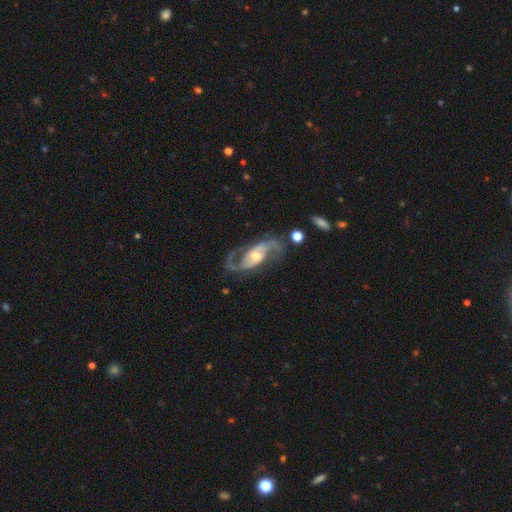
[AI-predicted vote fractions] A featured or disk galaxy (90%) with no bar (43%), 2 (92%) medium (48%) spiral arms (96%) and a moderate central bulge (61%).

Vote fractions:
- Smooth or featured? featured or disk: 90% / smooth: 6% / star or artifact: 5%
- Edge-on disk? no: 95% / yes: 5%
- Bar? no: 43% / weak: 39% / strong: 18%
- Spiral arms? yes: 96% / no: 4%
- Spiral winding? medium: 48% / loose: 40% / tight: 13%
- Spiral arm count? 2: 92% / can't tell: 3% / 1: 2% / 3: 1% / 4: 1% / more than 4: 1%
- Bulge size? moderate: 61% / small: 28% / large: 9% / none: 2% / dominant: 1%
- Merging? none: 71% / minor disturbance: 15% / major disturbance: 11% / merger: 3%